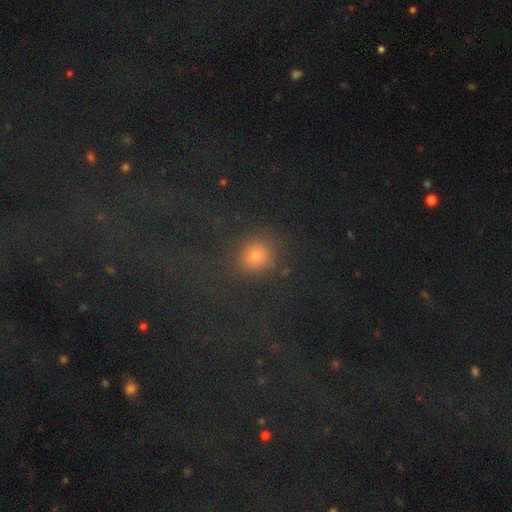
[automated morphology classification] Smooth or featured? smooth (68%)
How rounded? round (83%)
Merging? none (80%)